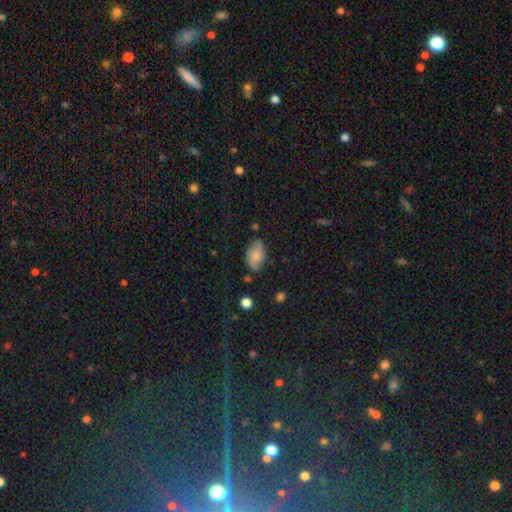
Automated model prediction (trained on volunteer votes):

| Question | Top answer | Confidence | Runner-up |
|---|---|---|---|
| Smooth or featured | smooth | 60% | featured or disk (32%) |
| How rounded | in between | 91% | round (7%) |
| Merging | none | 71% | minor disturbance (21%) |